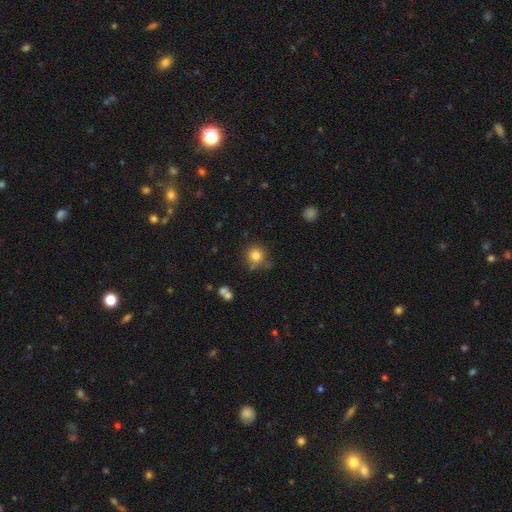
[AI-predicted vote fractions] Smooth or featured? smooth (81%)
How rounded? round (93%)
Merging? none (78%)